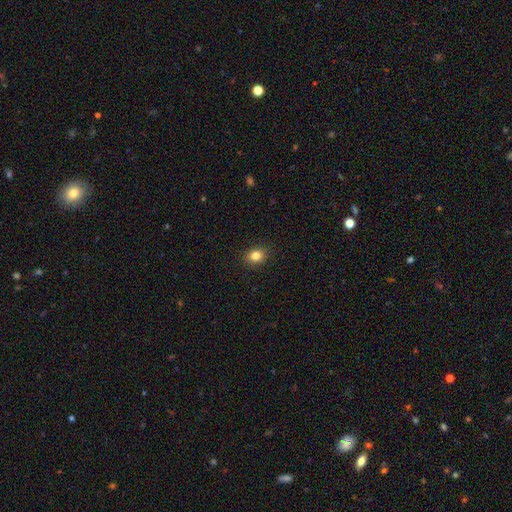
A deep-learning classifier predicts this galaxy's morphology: This appears to be a smooth galaxy with no disk features (84%) that is in between round and cigar-shaped (52%). Merging: none (90%).